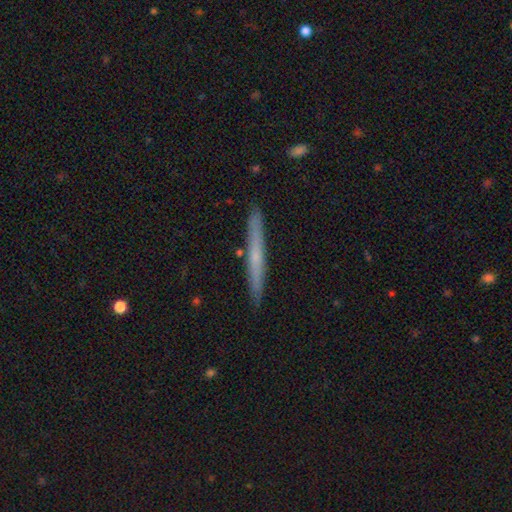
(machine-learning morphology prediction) smooth_or_featured: featured or disk (p=0.48) [alt: smooth p=0.46]
merging: none (p=0.91) [alt: minor disturbance p=0.06]